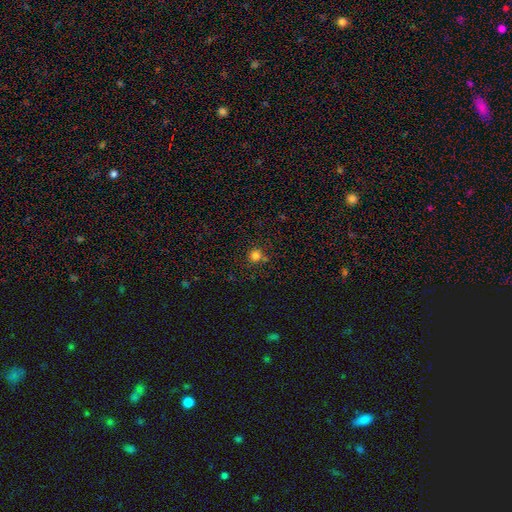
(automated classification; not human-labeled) Q: Smooth or featured?
A: smooth (79%); runner-up: star or artifact (15%)
Q: How rounded?
A: round (92%); runner-up: in between (7%)
Q: Merging?
A: none (78%); runner-up: merger (10%)